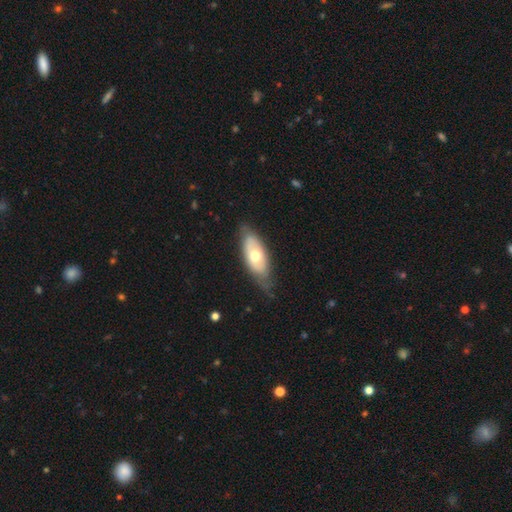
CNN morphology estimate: Q: Smooth or featured?
A: smooth (51%); runner-up: featured or disk (44%)
Q: How rounded?
A: in between (82%); runner-up: cigar-shaped (14%)
Q: Merging?
A: none (66%); runner-up: minor disturbance (27%)